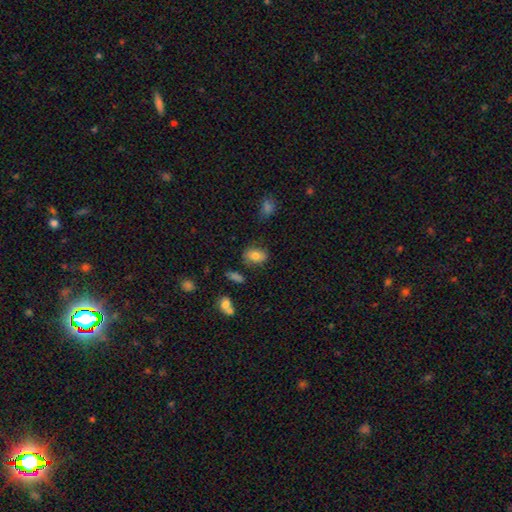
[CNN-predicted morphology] A smooth galaxy with no disk features (77%) that is in between round and cigar-shaped (77%).

Vote fractions:
- Smooth or featured? smooth: 77% / featured or disk: 13% / star or artifact: 10%
- How rounded? in between: 77% / round: 22% / cigar-shaped: 2%
- Merging? none: 78% / minor disturbance: 15% / merger: 4% / major disturbance: 4%